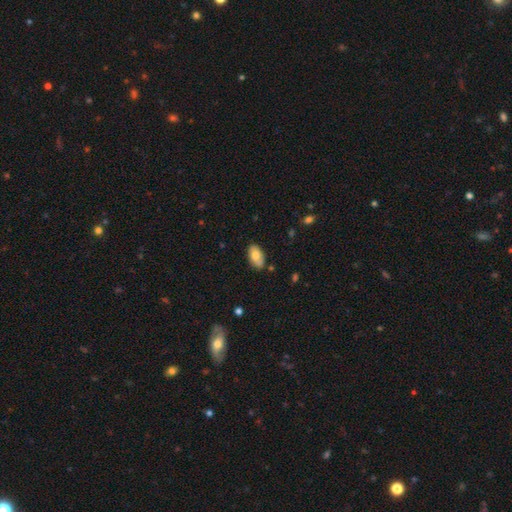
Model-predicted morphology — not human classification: Overall: smooth (75%). How rounded: in between (94%). Merging: none (79%).